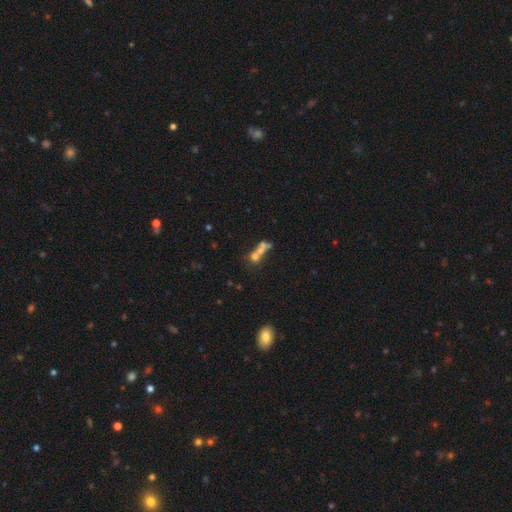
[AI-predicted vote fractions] smooth_or_featured: smooth (p=0.52) [alt: featured or disk p=0.29]
how_rounded: round (p=0.59) [alt: in between p=0.31]
merging: merger (p=0.56) [alt: none p=0.29]